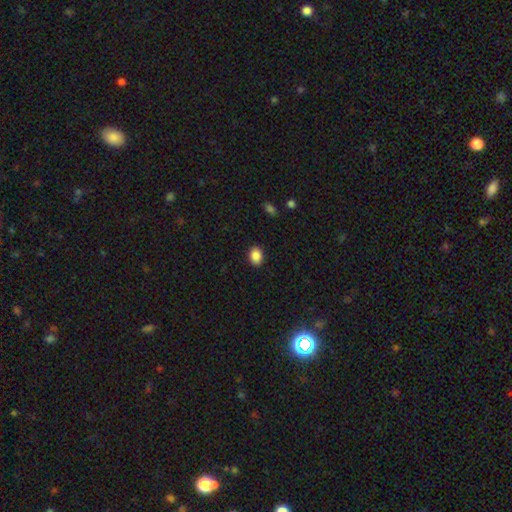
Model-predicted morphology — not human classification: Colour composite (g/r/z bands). It shows a smooth galaxy with no disk features (88%) that is in between round and cigar-shaped (67%). Merging: none (89%).